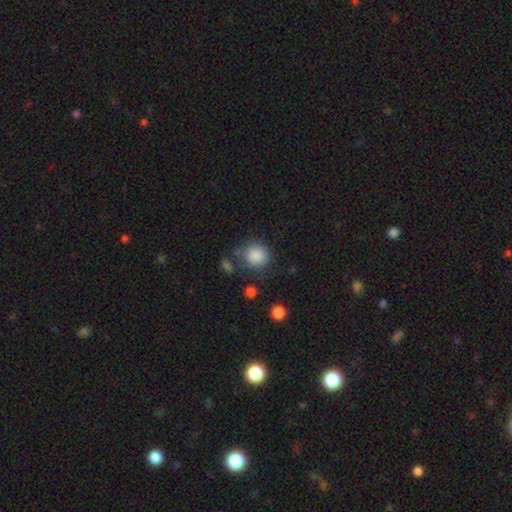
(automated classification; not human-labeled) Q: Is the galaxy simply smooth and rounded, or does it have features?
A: smooth — 87%.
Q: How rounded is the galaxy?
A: round — 84%.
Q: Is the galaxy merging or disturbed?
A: none — 71%.